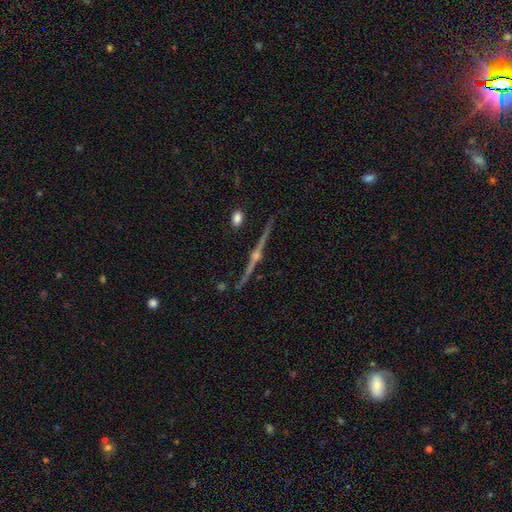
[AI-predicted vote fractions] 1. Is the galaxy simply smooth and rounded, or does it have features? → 86% featured or disk, 8% star or artifact, 6% smooth.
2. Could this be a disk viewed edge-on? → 98% yes, 2% no.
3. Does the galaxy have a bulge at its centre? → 91% rounded, 5% none, 4% boxy.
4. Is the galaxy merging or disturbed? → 88% none, 7% minor disturbance, 3% merger, 2% major disturbance.